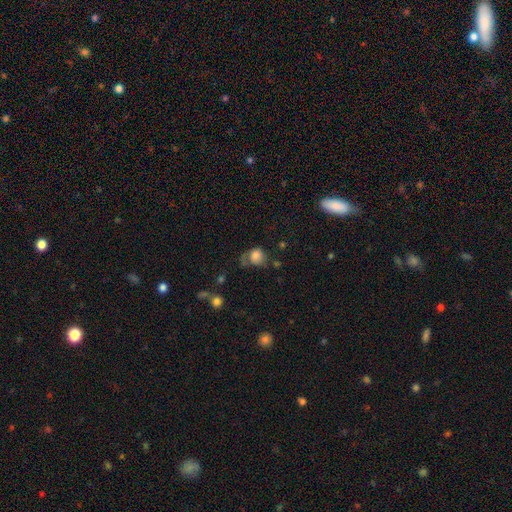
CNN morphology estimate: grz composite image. It shows a smooth galaxy with no disk features (74%) that is round (63%). Merging: major disturbance (34%).